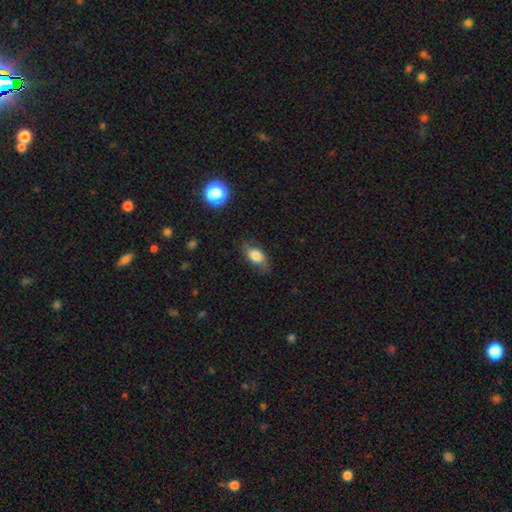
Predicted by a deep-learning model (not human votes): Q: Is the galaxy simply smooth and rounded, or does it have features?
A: smooth — 69%.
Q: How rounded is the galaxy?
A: in between — 84%.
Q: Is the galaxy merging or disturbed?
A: none — 70%.